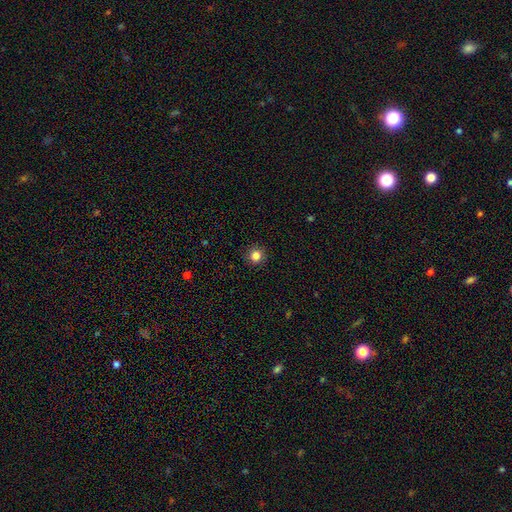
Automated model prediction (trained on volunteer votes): Q: Smooth or featured?
A: smooth (84%); runner-up: star or artifact (12%)
Q: How rounded?
A: round (94%); runner-up: in between (5%)
Q: Merging?
A: none (92%); runner-up: minor disturbance (5%)